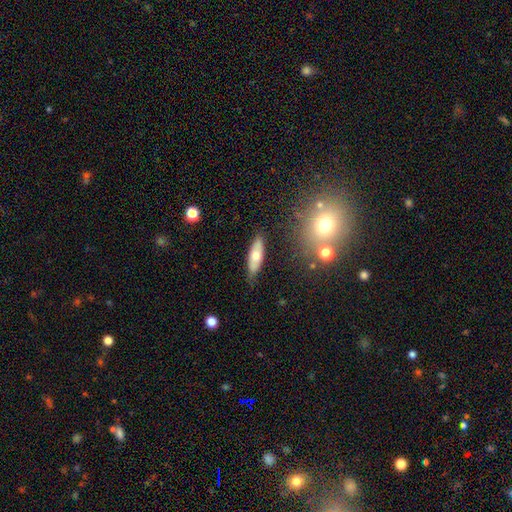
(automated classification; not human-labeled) Smooth or featured? smooth (60%)
How rounded? in between (54%)
Merging? none (79%)